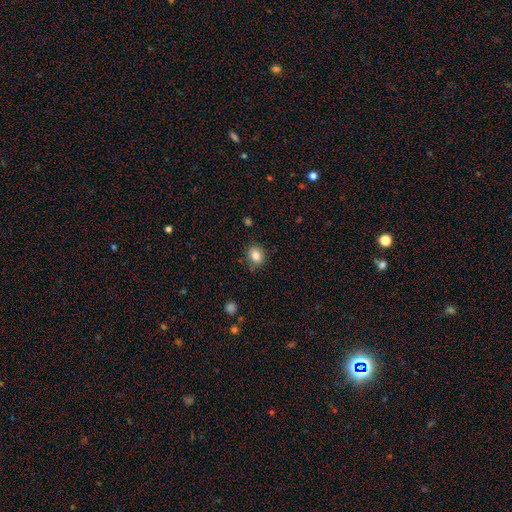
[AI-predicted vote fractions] Overall: smooth (84%). How rounded: round (55%; in between 44%). Merging: none (80%).